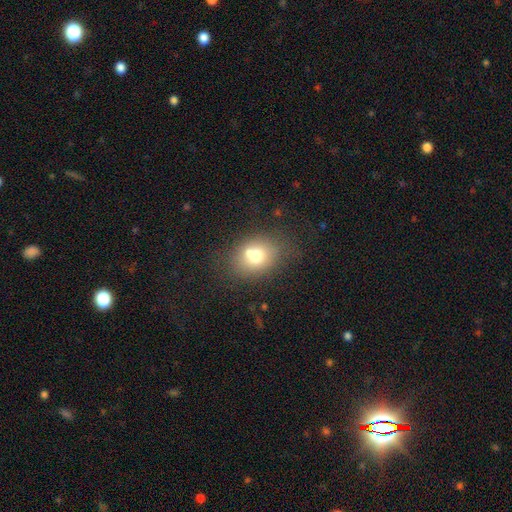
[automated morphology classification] This appears to be a smooth galaxy with no disk features (68%) that is in between round and cigar-shaped (51%). Merging: none (54%).